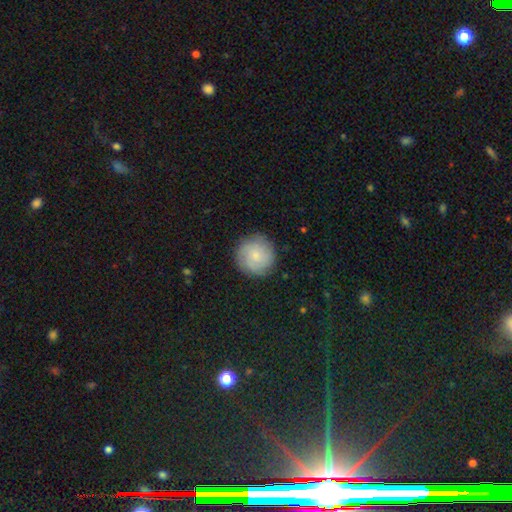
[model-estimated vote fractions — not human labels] Smooth or featured: smooth — 65% (featured or disk — 27%)
How rounded: round — 95% (in between — 4%)
Merging: none — 86% (minor disturbance — 10%)